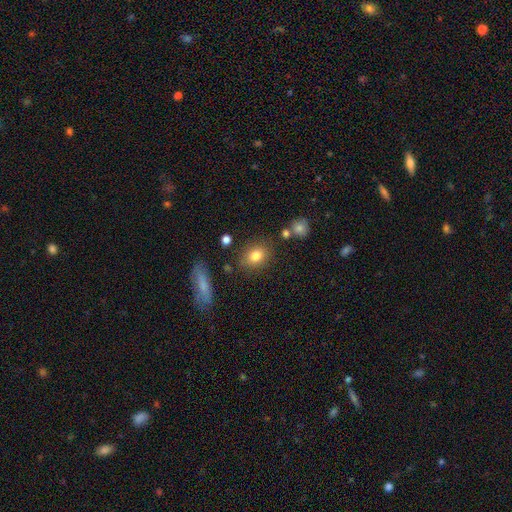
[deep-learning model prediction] This is clearly a smooth galaxy (80%). How rounded: likely in between (65%). Merging: likely none (80%).